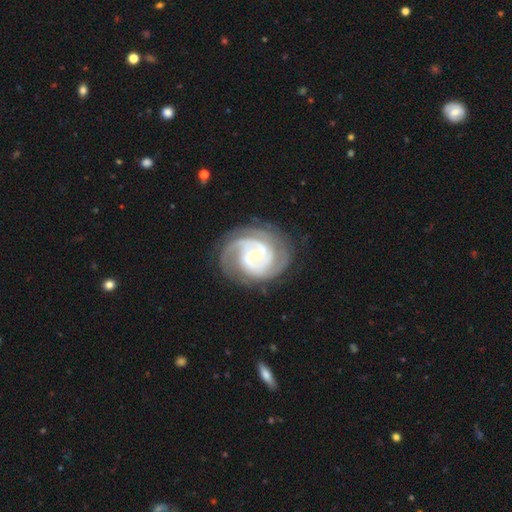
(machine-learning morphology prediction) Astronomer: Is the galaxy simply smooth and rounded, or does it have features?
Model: featured or disk — 91%.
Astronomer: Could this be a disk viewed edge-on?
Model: no — 98%.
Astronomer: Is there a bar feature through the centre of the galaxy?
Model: no — 63%.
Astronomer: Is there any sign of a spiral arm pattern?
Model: yes — 97%.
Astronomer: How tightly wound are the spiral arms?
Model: tight — 62%.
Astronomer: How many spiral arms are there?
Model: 2 — 42% (runner-up: 3, 27%).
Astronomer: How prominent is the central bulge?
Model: small — 48% (runner-up: moderate, 47%).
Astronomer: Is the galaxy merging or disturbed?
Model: none — 73%.